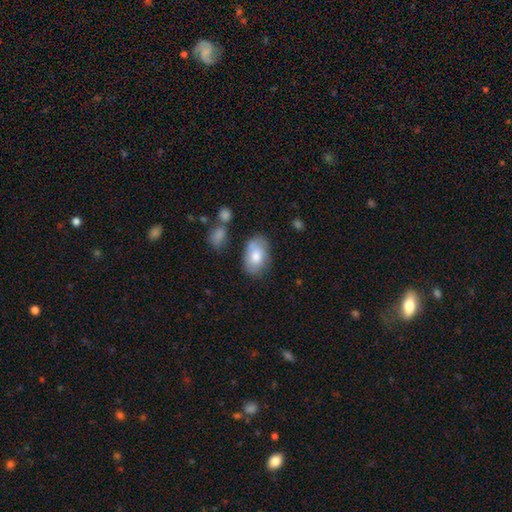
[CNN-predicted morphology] Smooth or featured?
  - smooth: 75% *
  - featured or disk: 18%
  - star or artifact: 6%
How rounded?
  - in between: 90% *
  - round: 8%
  - cigar-shaped: 1%
Merging?
  - none: 64% *
  - minor disturbance: 23%
  - major disturbance: 6%
  - merger: 6%